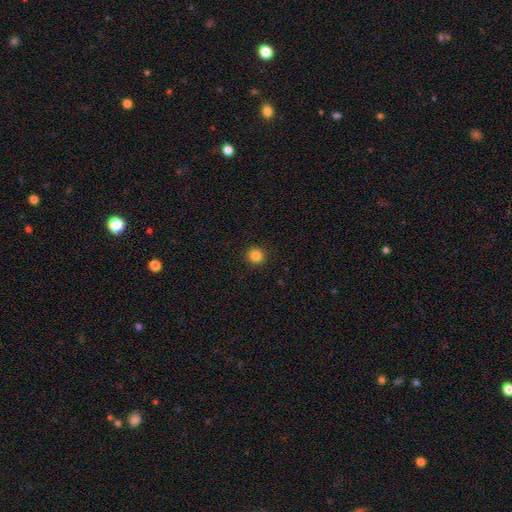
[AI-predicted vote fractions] smooth-or-featured: smooth: 84% | star or artifact: 12% | featured or disk: 4%
  how-rounded: round: 94% | in between: 5% | cigar-shaped: 1%
  merging: none: 93% | minor disturbance: 4% | major disturbance: 2% | merger: 1%